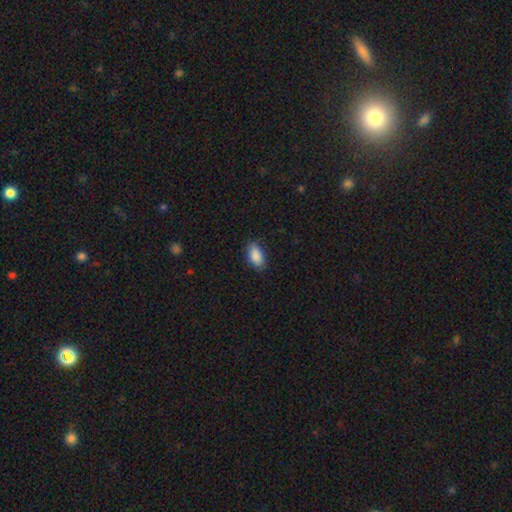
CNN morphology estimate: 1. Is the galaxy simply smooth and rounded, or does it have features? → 89% smooth, 7% star or artifact, 4% featured or disk.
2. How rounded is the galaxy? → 91% in between, 5% cigar-shaped, 4% round.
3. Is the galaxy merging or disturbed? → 82% none, 14% minor disturbance, 3% major disturbance, 1% merger.